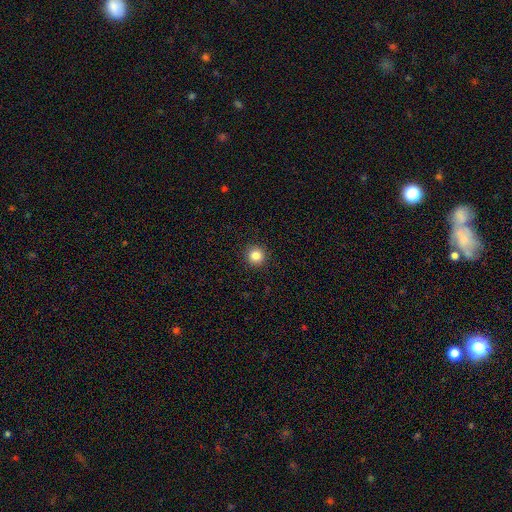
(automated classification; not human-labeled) A smooth galaxy with no disk features (83%) that is round (95%). Merging: none (93%).